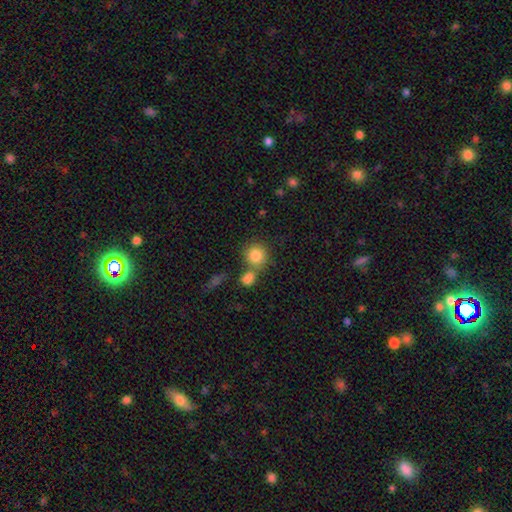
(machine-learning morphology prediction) Q: Smooth or featured?
A: smooth (83%); runner-up: star or artifact (9%)
Q: How rounded?
A: round (88%); runner-up: in between (11%)
Q: Merging?
A: none (56%); runner-up: merger (30%)